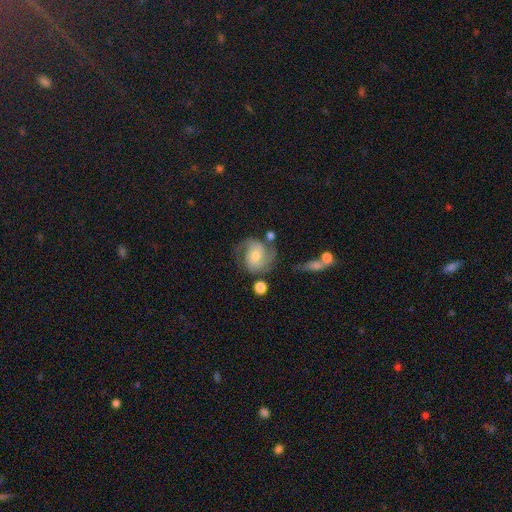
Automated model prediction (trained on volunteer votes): Smooth or featured? Predicted: featured or disk (p=0.74). Edge-on disk? Predicted: no (p=0.97). Bar? Predicted: no (p=0.58). Spiral arms? Predicted: yes (p=0.94). Spiral winding? Predicted: medium (p=0.49). Spiral arm count? Predicted: 2 (p=0.80). Bulge size? Predicted: moderate (p=0.50). Merging? Predicted: none (p=0.60).